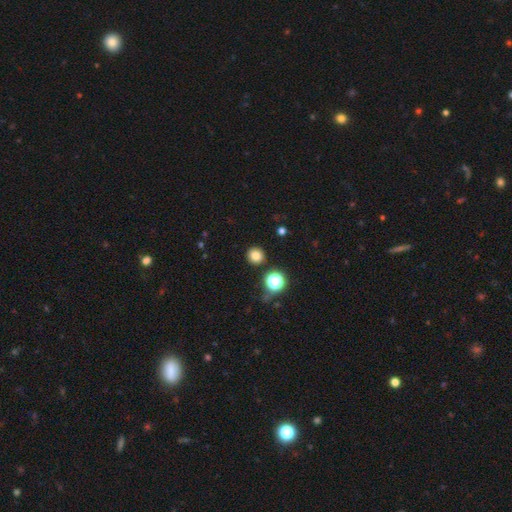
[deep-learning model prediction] Morphology: type=smooth (79%); roundness=round (92%); merging=none (89%).